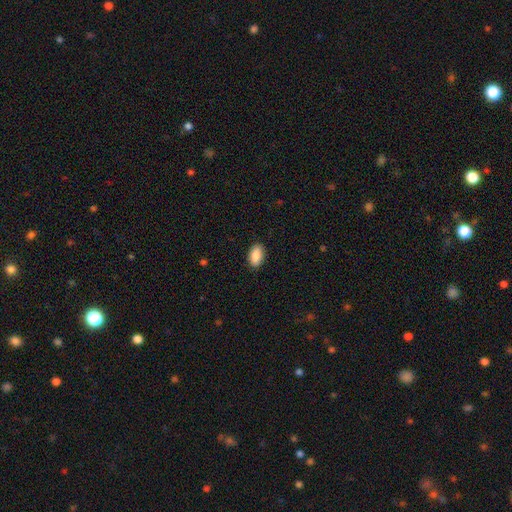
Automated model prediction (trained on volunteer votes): This is clearly a smooth galaxy (89%). How rounded: clearly in between (94%). Merging: clearly none (89%).